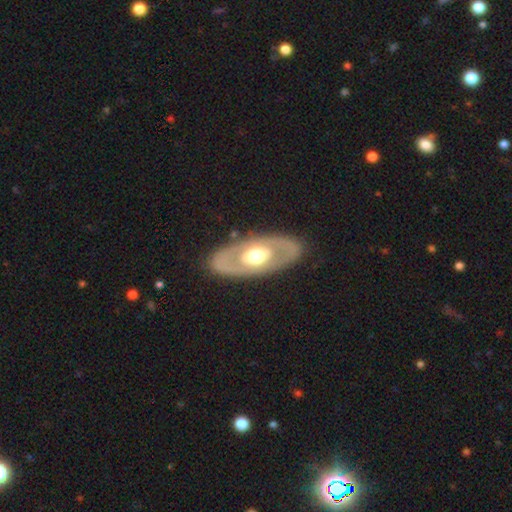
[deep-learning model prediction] This is likely a featured or disk galaxy (71%). It is clearly not viewed edge-on (84%). Bar: clearly no (84%). Spiral arm pattern: likely no (62%). Central bulge: likely moderate (64%). Merging: clearly none (86%).